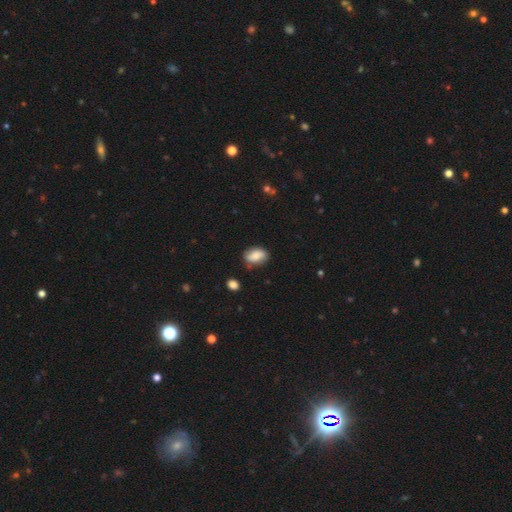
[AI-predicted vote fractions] A smooth galaxy with no disk features (77%) that is in between round and cigar-shaped (86%). Merging: none (71%).